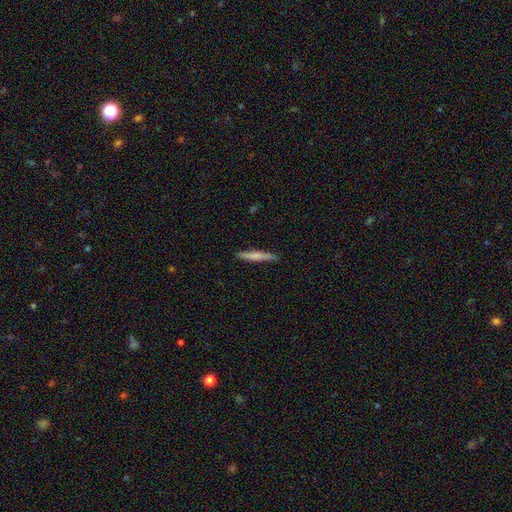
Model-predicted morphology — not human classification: The model was most divided on "smooth or featured": smooth: 65%, featured or disk: 30%, star or artifact: 6%. More confident: how rounded — cigar-shaped (95%); merging — none (88%).